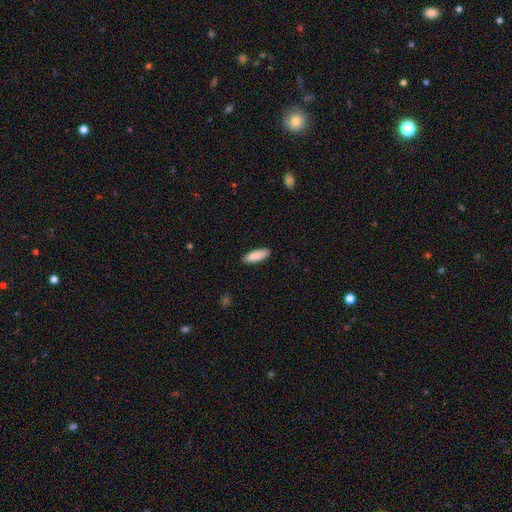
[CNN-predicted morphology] This is clearly a smooth galaxy (89%). How rounded: likely in between (63%). Merging: clearly none (87%).